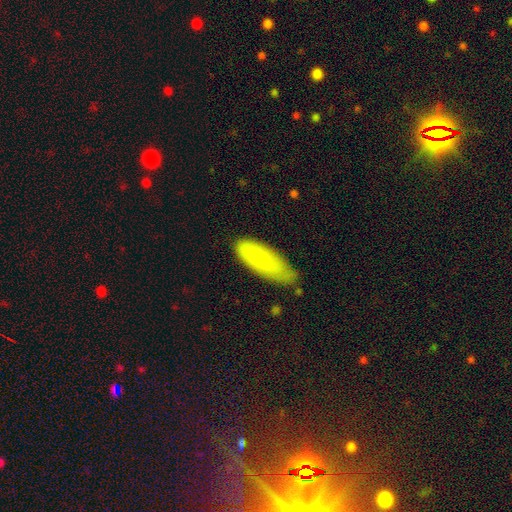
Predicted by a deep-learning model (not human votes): Q: Smooth or featured?
A: smooth (66%); runner-up: featured or disk (20%)
Q: How rounded?
A: in between (60%); runner-up: cigar-shaped (38%)
Q: Merging?
A: none (73%); runner-up: minor disturbance (22%)